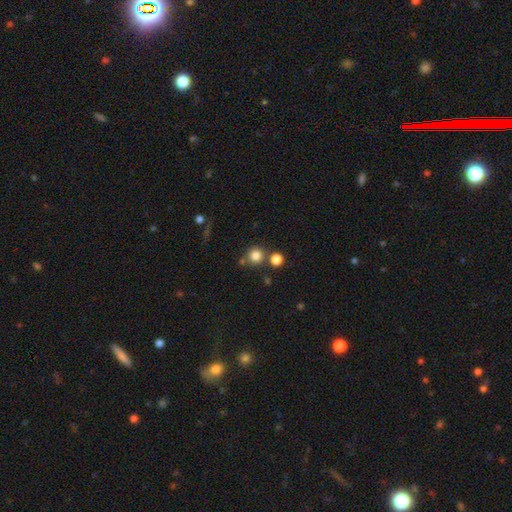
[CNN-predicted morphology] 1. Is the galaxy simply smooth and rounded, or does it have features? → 80% smooth, 13% star or artifact, 6% featured or disk.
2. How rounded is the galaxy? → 92% round, 7% in between, 1% cigar-shaped.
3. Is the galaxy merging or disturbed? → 72% none, 16% merger, 8% minor disturbance, 3% major disturbance.